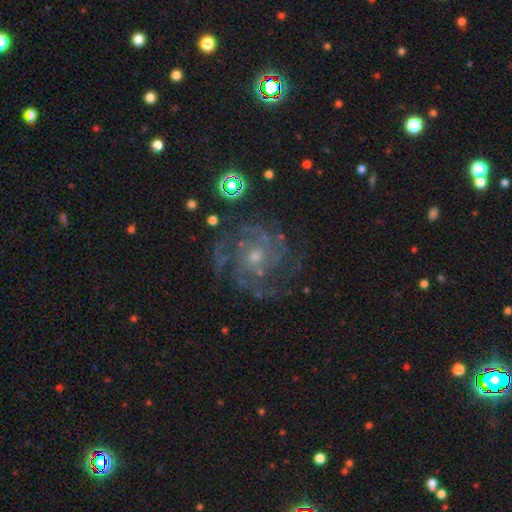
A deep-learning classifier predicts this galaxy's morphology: smooth_or_featured: featured or disk (p=0.81) [alt: star or artifact p=0.10]
disk_edge_on: no (p=0.98) [alt: yes p=0.02]
bar: no (p=0.76) [alt: weak p=0.20]
has_spiral_arms: yes (p=0.90) [alt: no p=0.10]
spiral_winding: tight (p=0.50) [alt: medium p=0.38]
spiral_arm_count: can't tell (p=0.34) [alt: 3 p=0.21]
bulge_size: small (p=0.58) [alt: moderate p=0.36]
merging: none (p=0.68) [alt: minor disturbance p=0.16]